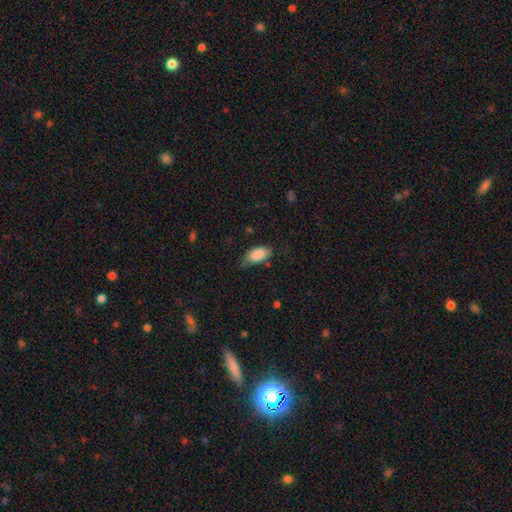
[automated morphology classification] smooth-or-featured: smooth: 86% | featured or disk: 8% | star or artifact: 7%
  how-rounded: in between: 92% | cigar-shaped: 5% | round: 3%
  merging: none: 50% | minor disturbance: 37% | major disturbance: 11% | merger: 2%